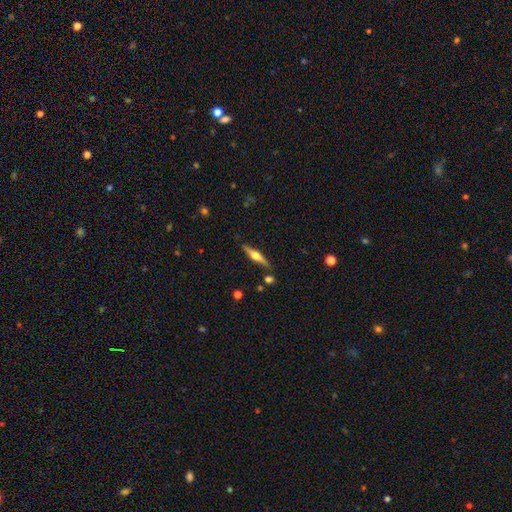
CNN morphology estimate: A featured or disk galaxy (65%) viewed edge-on (96%) with a rounded central bulge (93%). Merging: none (85%).